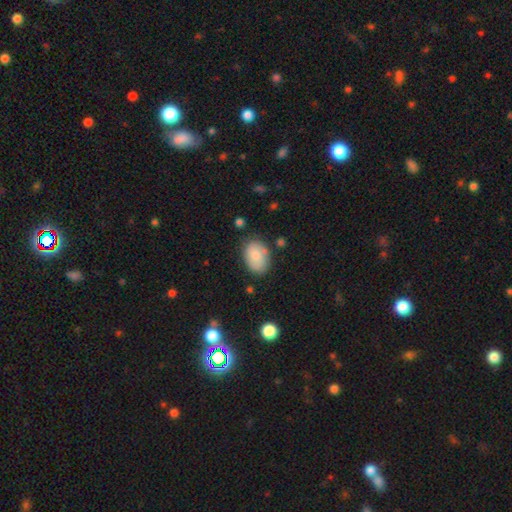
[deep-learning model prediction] smooth_or_featured: smooth (p=0.74) [alt: featured or disk p=0.19]
how_rounded: in between (p=0.83) [alt: round p=0.16]
merging: none (p=0.73) [alt: minor disturbance p=0.18]